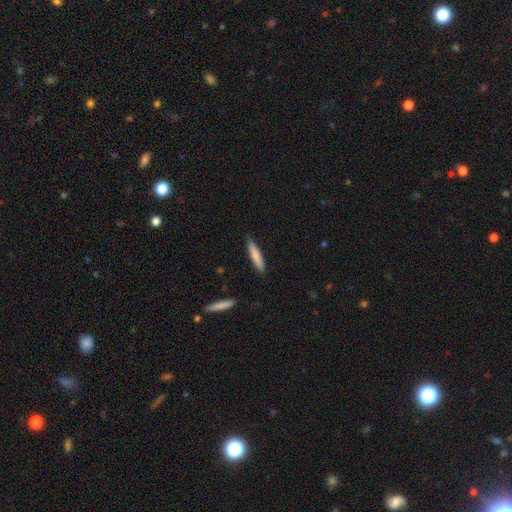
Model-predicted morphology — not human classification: Overall: smooth (80%). How rounded: cigar-shaped (86%). Merging: none (86%).